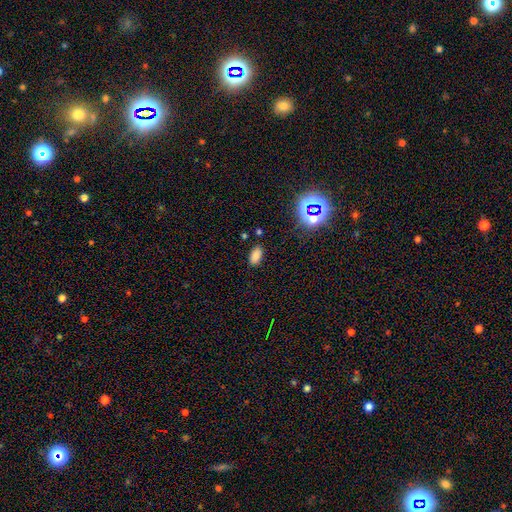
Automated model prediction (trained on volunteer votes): smooth_or_featured: smooth (p=0.80) [alt: star or artifact p=0.15]
how_rounded: in between (p=0.92) [alt: round p=0.04]
merging: none (p=0.83) [alt: minor disturbance p=0.12]